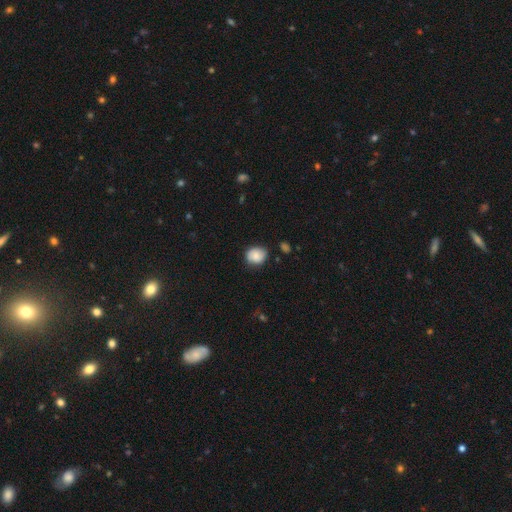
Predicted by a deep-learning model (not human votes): This is likely a smooth galaxy (76%). How rounded: possibly round (56%). Merging: likely none (72%).